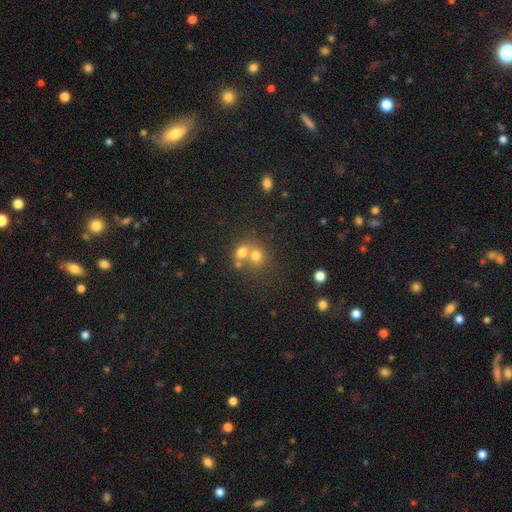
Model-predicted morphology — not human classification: smooth 70%, star or artifact 16%, featured or disk 14%. Down the decision tree: how rounded — round (71%); merging — merger (54%).